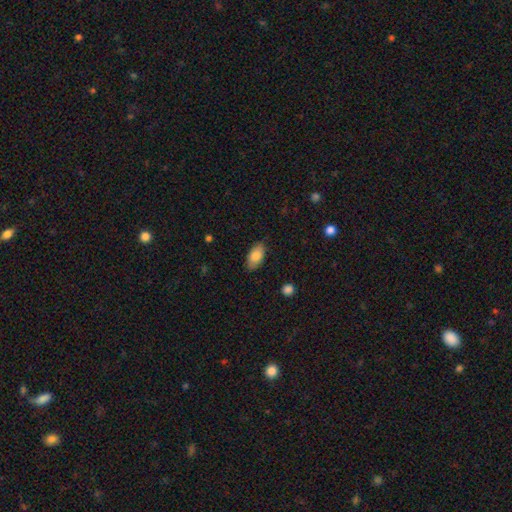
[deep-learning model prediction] smooth-or-featured: smooth: 82% | featured or disk: 11% | star or artifact: 7%
  how-rounded: in between: 93% | cigar-shaped: 4% | round: 3%
  merging: none: 82% | minor disturbance: 14% | major disturbance: 3% | merger: 1%